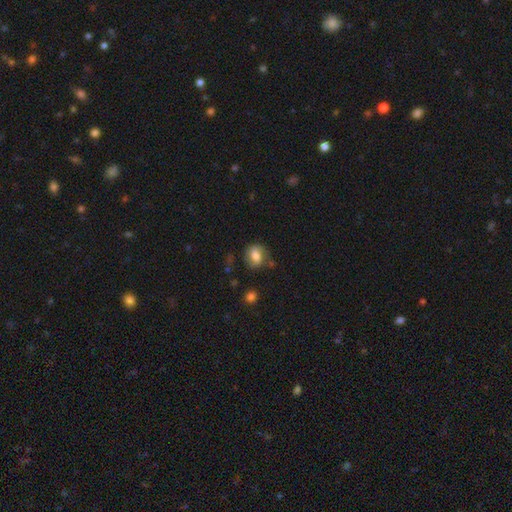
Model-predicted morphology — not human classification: Smooth or featured: smooth — 59% (featured or disk — 32%)
How rounded: in between — 52% (round — 46%)
Merging: none — 62% (minor disturbance — 24%)